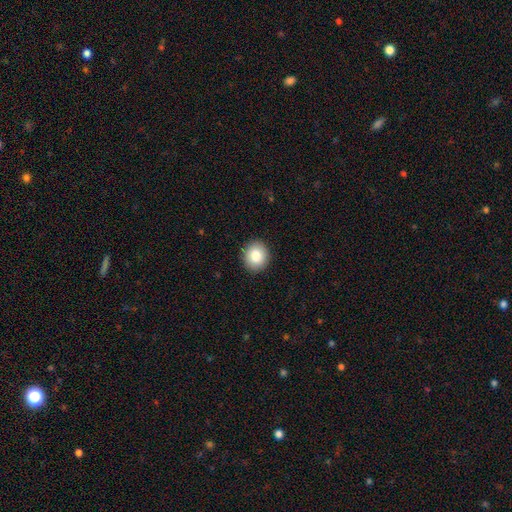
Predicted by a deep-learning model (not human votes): A smooth galaxy with no disk features (83%) that is round (80%). Merging: none (91%).